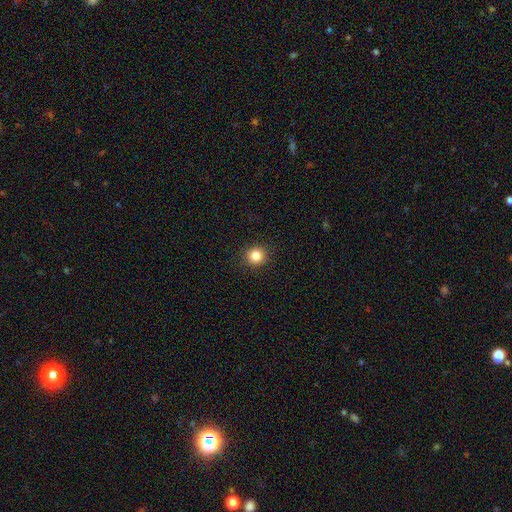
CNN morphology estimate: smooth 84%, star or artifact 11%, featured or disk 4%. Down the decision tree: how rounded — round (93%); merging — none (92%).